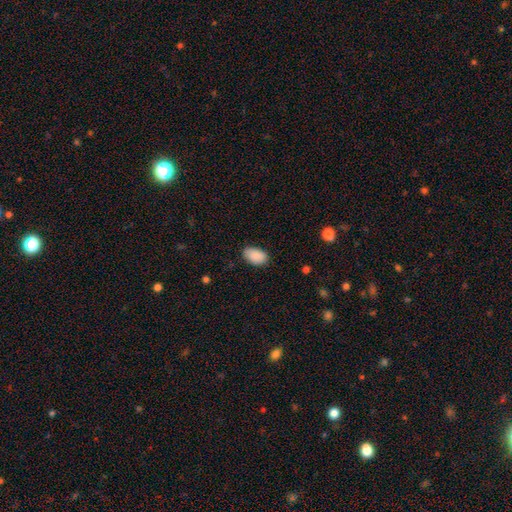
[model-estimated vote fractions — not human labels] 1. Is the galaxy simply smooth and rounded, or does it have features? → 88% smooth, 7% star or artifact, 5% featured or disk.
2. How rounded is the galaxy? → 92% in between, 7% round, 1% cigar-shaped.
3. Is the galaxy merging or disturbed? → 82% none, 15% minor disturbance, 2% major disturbance, 1% merger.